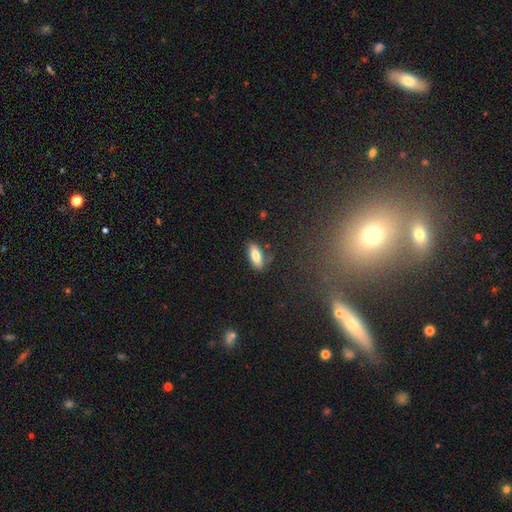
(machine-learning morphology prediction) Smooth or featured? Predicted: smooth (p=0.77). How rounded? Predicted: in between (p=0.73). Merging? Predicted: none (p=0.82).